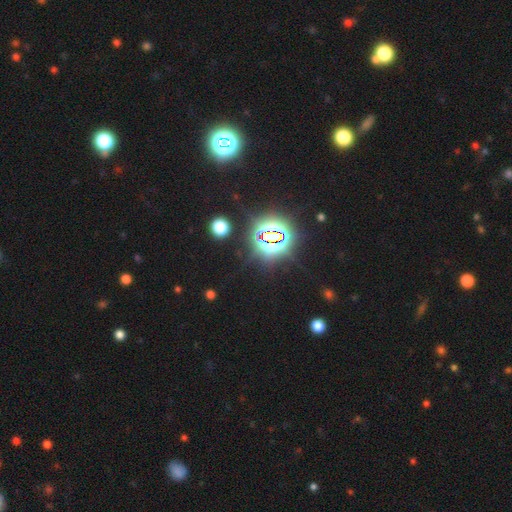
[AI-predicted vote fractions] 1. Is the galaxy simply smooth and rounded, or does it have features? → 81% star or artifact, 13% smooth, 6% featured or disk.